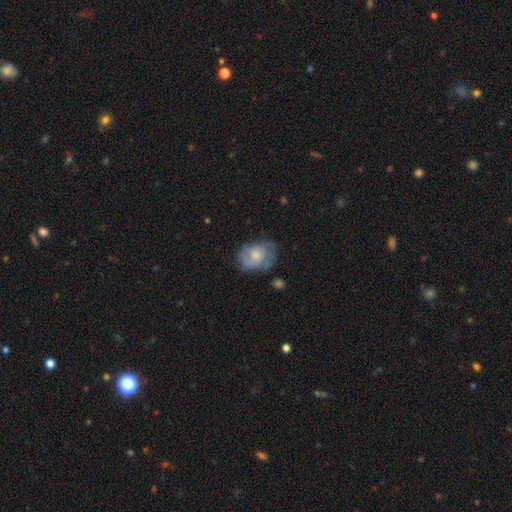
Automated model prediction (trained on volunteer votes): Smooth or featured? Predicted: featured or disk (p=0.52). Edge-on disk? Predicted: no (p=0.97). Merging? Predicted: none (p=0.59).